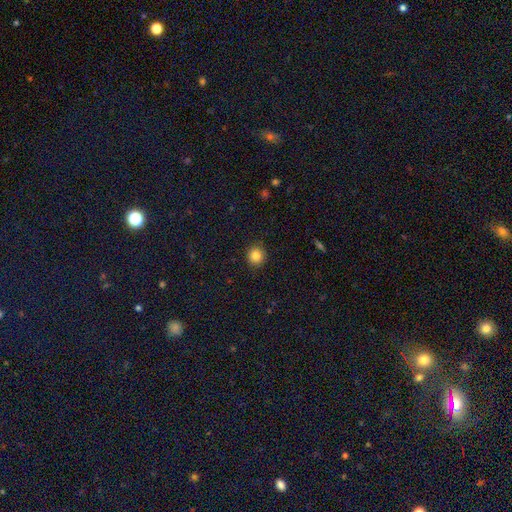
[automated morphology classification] Smooth or featured?
  - smooth: 84% *
  - star or artifact: 11%
  - featured or disk: 5%
How rounded?
  - round: 91% *
  - in between: 8%
  - cigar-shaped: 1%
Merging?
  - none: 91% *
  - minor disturbance: 6%
  - major disturbance: 2%
  - merger: 1%